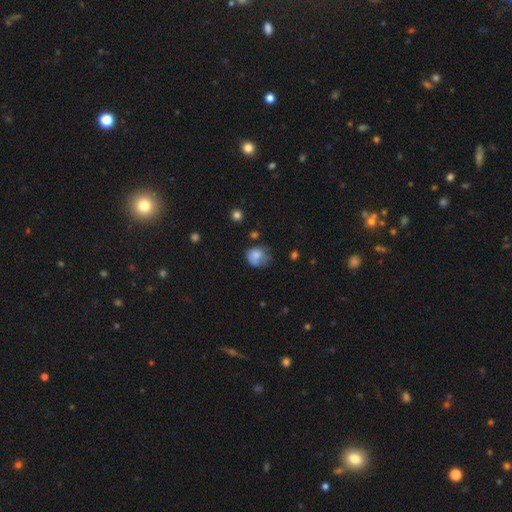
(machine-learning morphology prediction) Smooth or featured? Predicted: smooth (p=0.72). How rounded? Predicted: round (p=0.66). Merging? Predicted: none (p=0.38).